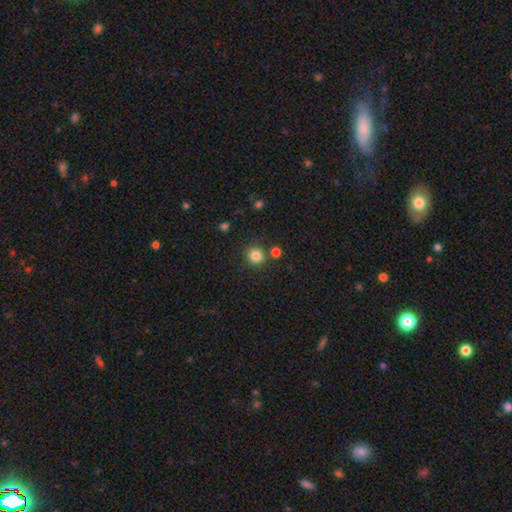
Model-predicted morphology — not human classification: This is clearly a smooth galaxy (83%). How rounded: clearly round (93%). Merging: clearly none (83%).